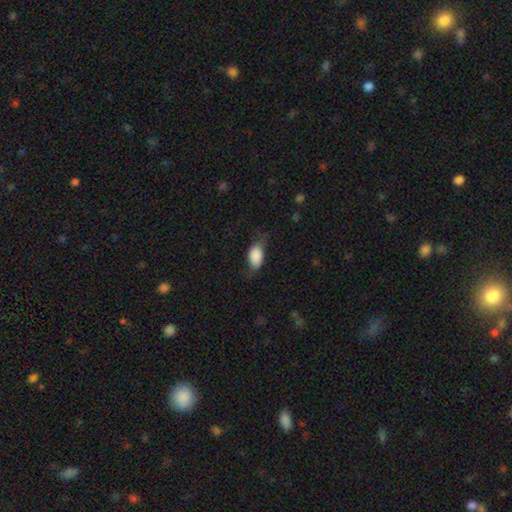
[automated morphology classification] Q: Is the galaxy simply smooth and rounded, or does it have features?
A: smooth — 82%.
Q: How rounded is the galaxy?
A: in between — 92%.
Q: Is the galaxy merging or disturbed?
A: none — 55%.